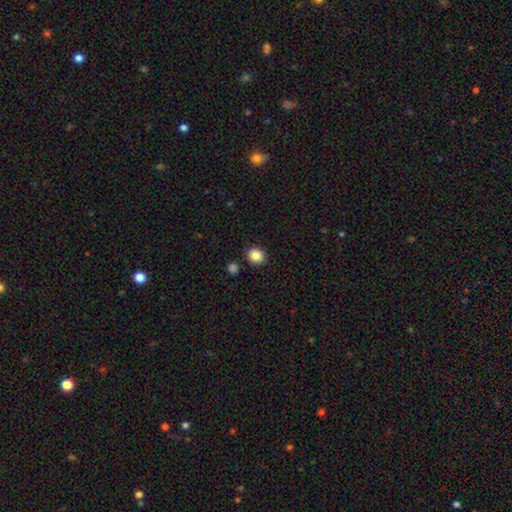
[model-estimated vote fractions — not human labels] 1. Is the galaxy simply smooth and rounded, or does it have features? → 85% smooth, 10% star or artifact, 5% featured or disk.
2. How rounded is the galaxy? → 84% round, 15% in between, 1% cigar-shaped.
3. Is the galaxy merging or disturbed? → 89% none, 6% minor disturbance, 3% merger, 2% major disturbance.